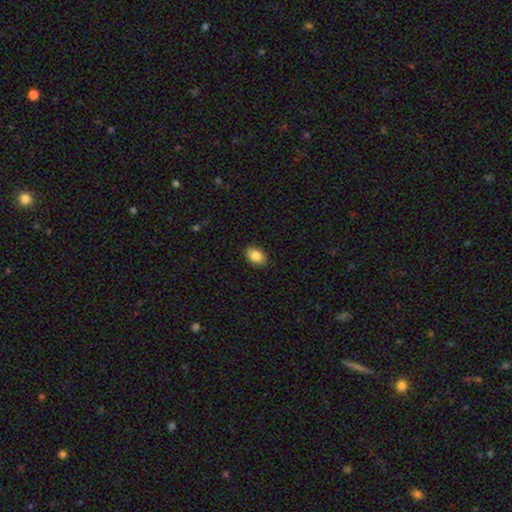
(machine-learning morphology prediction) The model was most divided on "how rounded": in between: 81%, round: 17%, cigar-shaped: 1%. More confident: merging — none (88%); smooth or featured — smooth (86%).